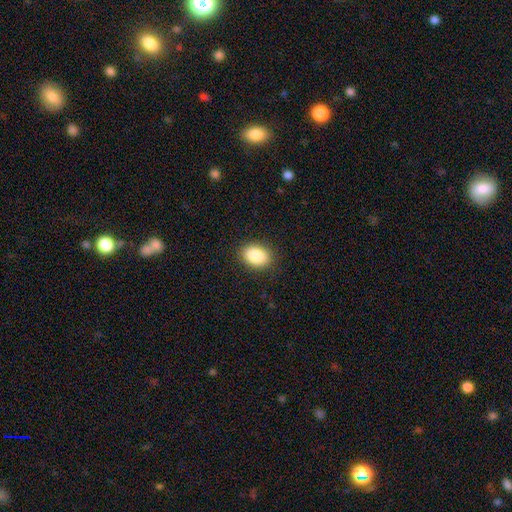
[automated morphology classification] smooth-or-featured: smooth: 88% | star or artifact: 8% | featured or disk: 4%
  how-rounded: in between: 71% | round: 28% | cigar-shaped: 1%
  merging: none: 89% | minor disturbance: 8% | major disturbance: 2% | merger: 1%